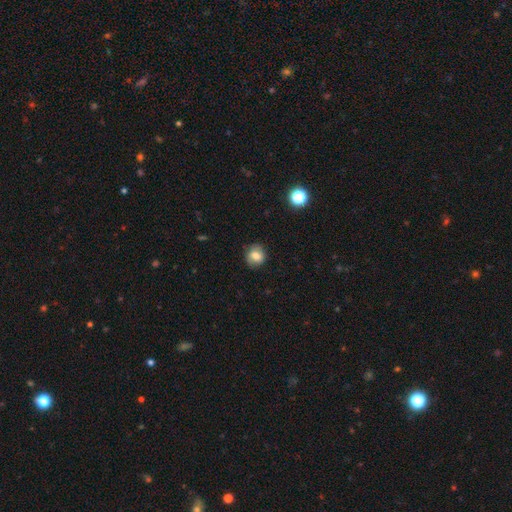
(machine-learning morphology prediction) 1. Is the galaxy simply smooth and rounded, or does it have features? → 75% smooth, 14% featured or disk, 10% star or artifact.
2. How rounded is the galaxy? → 75% round, 24% in between, 1% cigar-shaped.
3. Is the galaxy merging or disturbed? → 83% none, 13% minor disturbance, 3% major disturbance, 1% merger.